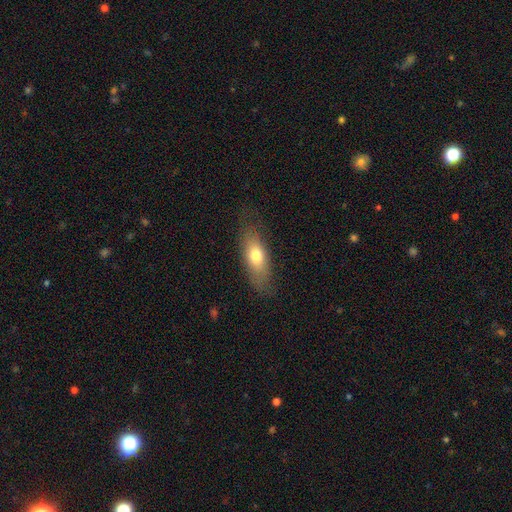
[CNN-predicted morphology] A smooth galaxy with no disk features (71%) that is in between round and cigar-shaped (74%).

Vote fractions:
- Smooth or featured? smooth: 71% / featured or disk: 21% / star or artifact: 7%
- How rounded? in between: 74% / cigar-shaped: 21% / round: 5%
- Merging? none: 76% / minor disturbance: 16% / major disturbance: 7% / merger: 1%